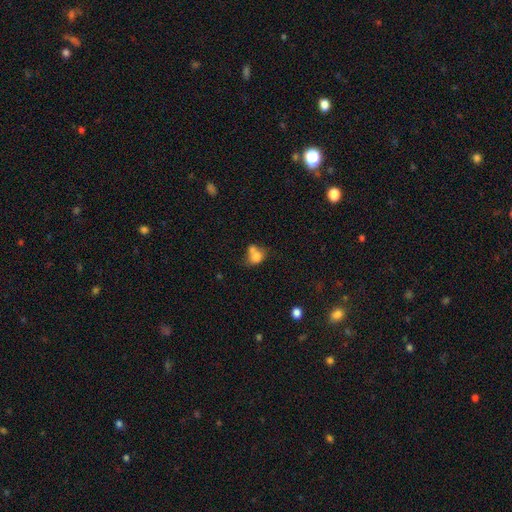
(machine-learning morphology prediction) Smooth or featured? Predicted: smooth (p=0.75). How rounded? Predicted: round (p=0.51). Merging? Predicted: merger (p=0.52).